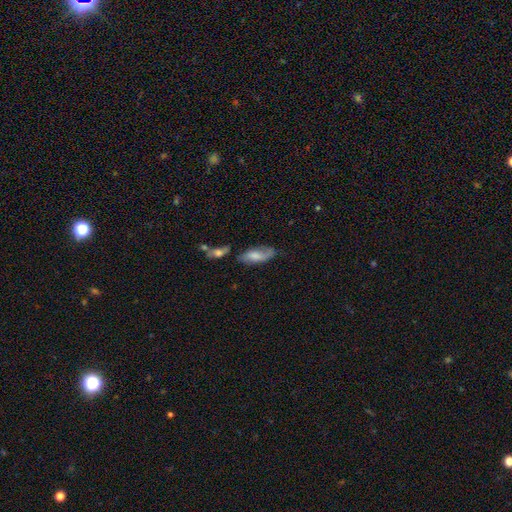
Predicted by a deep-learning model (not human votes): Smooth or featured? smooth (59%)
How rounded? in between (77%)
Merging? none (56%)